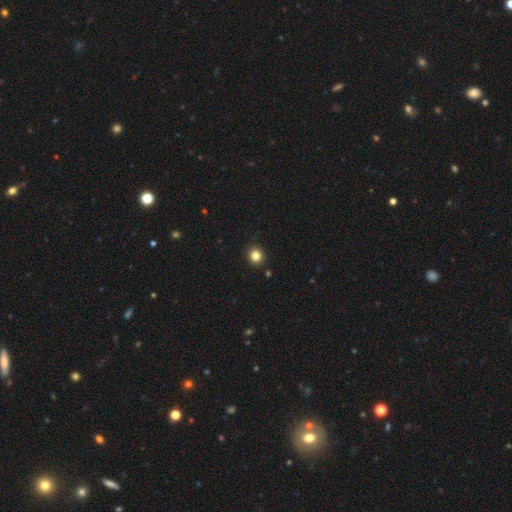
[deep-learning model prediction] Smooth or featured: smooth — 82% (star or artifact — 13%)
How rounded: round — 87% (in between — 12%)
Merging: none — 91% (minor disturbance — 6%)